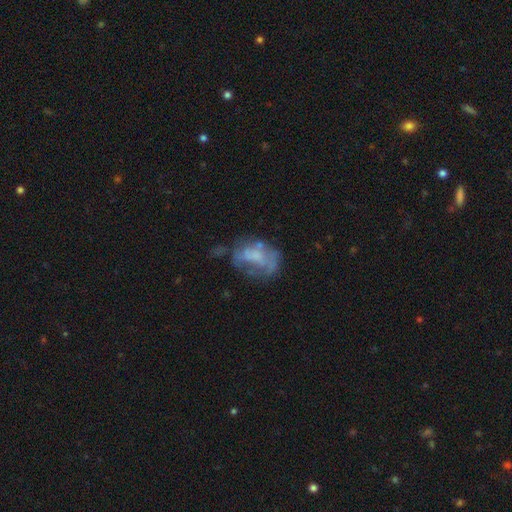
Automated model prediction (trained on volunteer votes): This is possibly a featured or disk galaxy (49%). Merging: marginally none (35%).